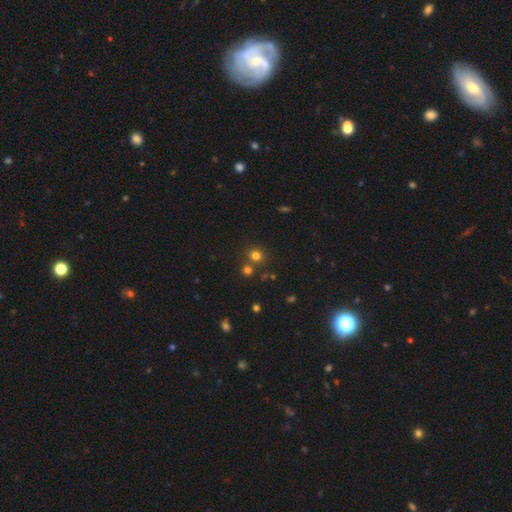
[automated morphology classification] Smooth or featured: smooth — 74% (star or artifact — 20%)
How rounded: round — 88% (in between — 11%)
Merging: none — 71% (merger — 19%)